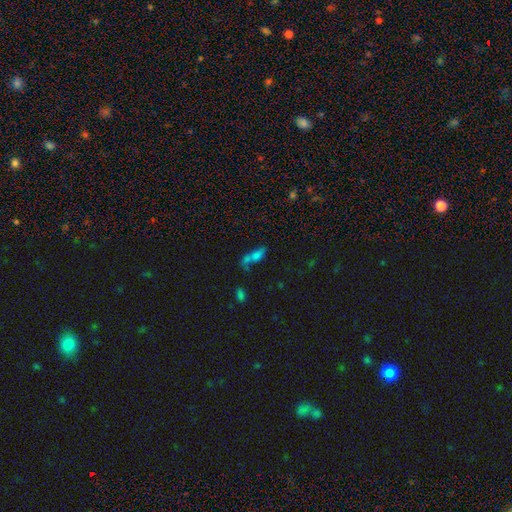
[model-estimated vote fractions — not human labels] Morphology: type=smooth (63%); roundness=in between (64%); merging=merger (40%).